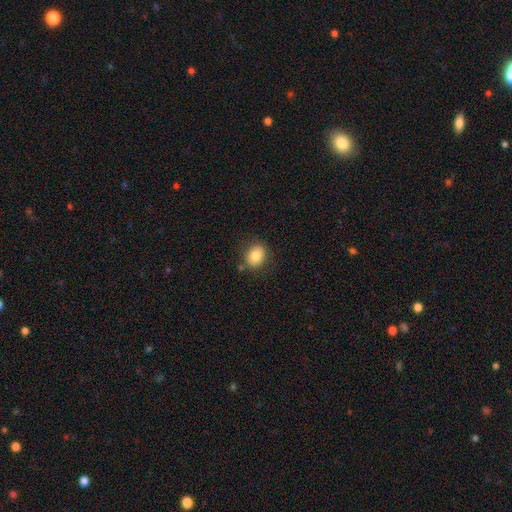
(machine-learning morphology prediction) Smooth or featured? Predicted: smooth (p=0.83). How rounded? Predicted: round (p=0.60). Merging? Predicted: none (p=0.83).